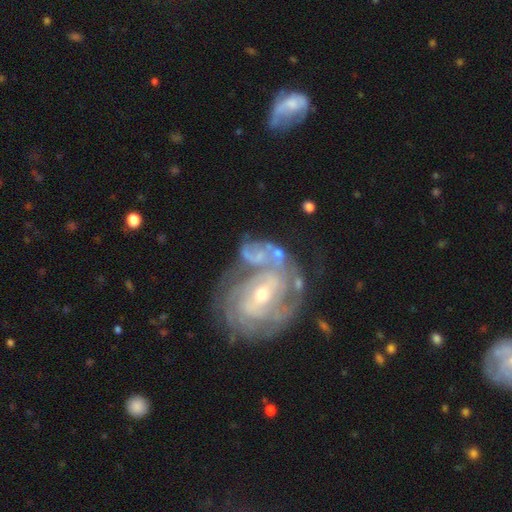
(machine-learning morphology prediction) smooth-or-featured: featured or disk: 78% | smooth: 15% | star or artifact: 8%
  disk-edge-on: no: 97% | yes: 3%
    bar: no: 51% | weak: 32% | strong: 17%
    has-spiral-arms: yes: 89% | no: 11%
      spiral-winding: tight: 48% | medium: 38% | loose: 15%
      spiral-arm-count: 2: 33% | can't tell: 25% | 3: 21% | 4: 8% | 1: 6% | more than 4: 6%
    bulge-size: small: 54% | moderate: 38% | none: 4% | large: 3% | dominant: 1%
  merging: merger: 47% | none: 28% | minor disturbance: 13% | major disturbance: 12%